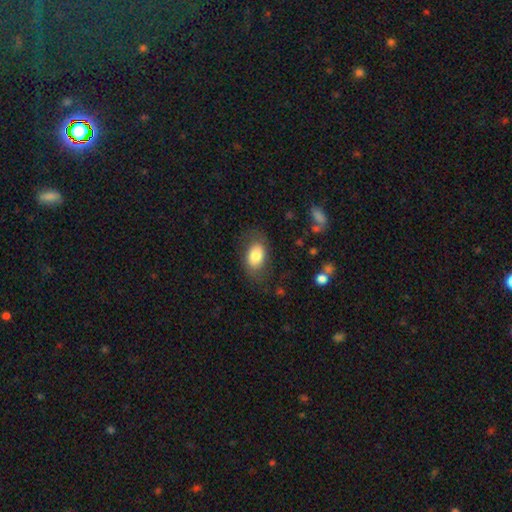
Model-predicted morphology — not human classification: Smooth or featured: smooth — 76% (featured or disk — 17%)
How rounded: in between — 87% (round — 12%)
Merging: none — 69% (minor disturbance — 19%)